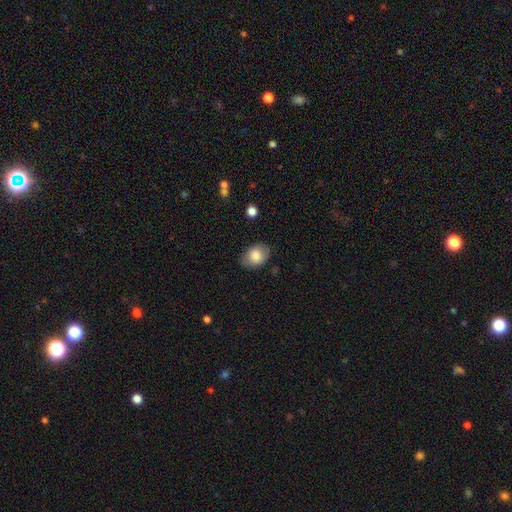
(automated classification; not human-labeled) A smooth galaxy with no disk features (81%) that is in between round and cigar-shaped (77%). Merging: none (81%).